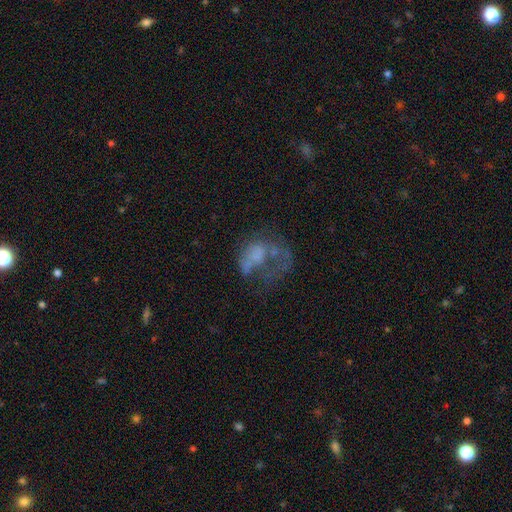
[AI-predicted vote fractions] smooth_or_featured: featured or disk (p=0.51) [alt: smooth p=0.35]
disk_edge_on: no (p=0.98) [alt: yes p=0.02]
merging: major disturbance (p=0.50) [alt: none p=0.24]